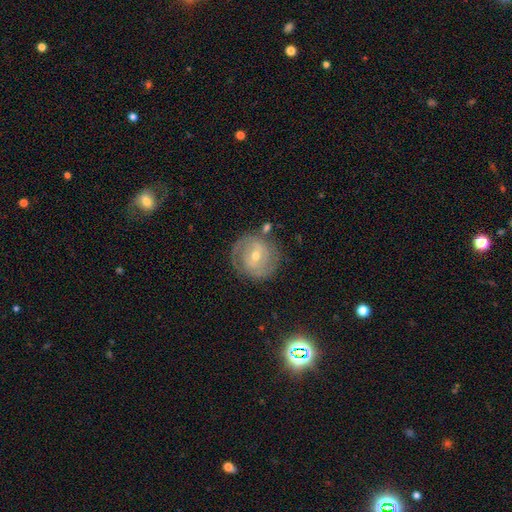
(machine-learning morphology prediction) type=featured or disk (77%); edge-on=no (97%); bar=weak (48%); spiral arms=yes (87%); winding=tight (63%); arm count=2 (55%); bulge=moderate (49%); merging=none (76%).